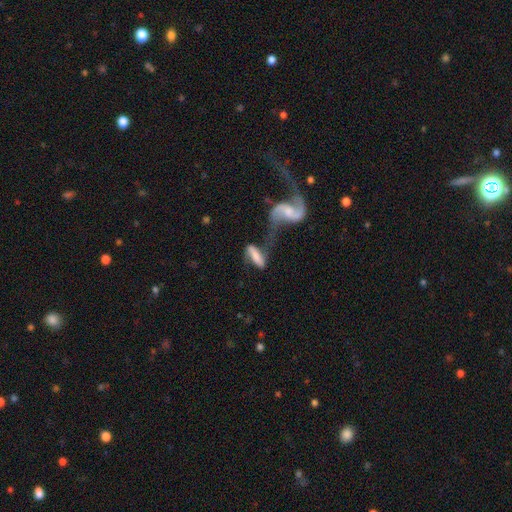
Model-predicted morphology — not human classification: A smooth galaxy with no disk features (48%).

Vote fractions:
- Smooth or featured? smooth: 48% / featured or disk: 44% / star or artifact: 8%
- Merging? merger: 52% / none: 21% / major disturbance: 15% / minor disturbance: 13%